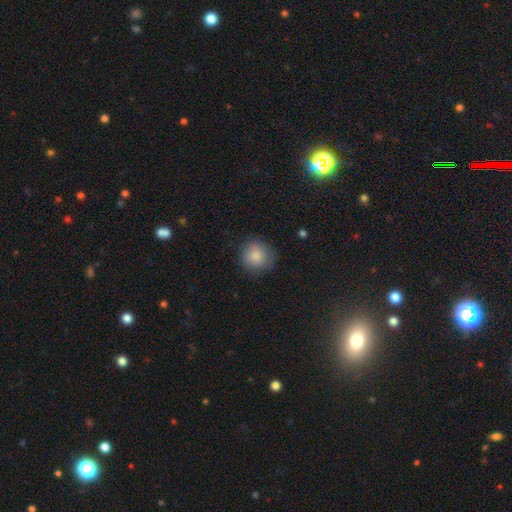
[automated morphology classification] Overall: smooth (86%). How rounded: round (90%). Merging: none (81%).